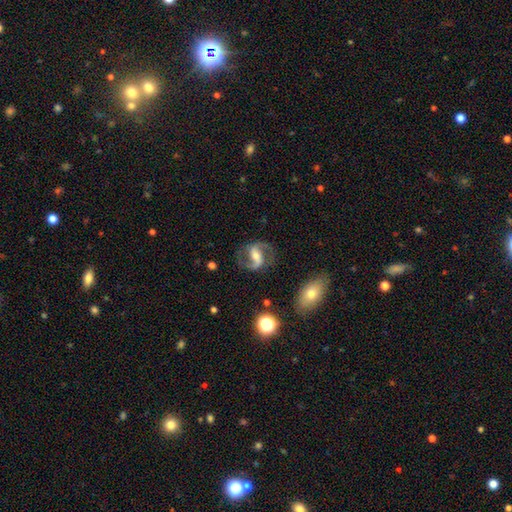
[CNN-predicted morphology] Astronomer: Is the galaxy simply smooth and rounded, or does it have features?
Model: featured or disk — 86%.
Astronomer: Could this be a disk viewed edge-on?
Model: no — 97%.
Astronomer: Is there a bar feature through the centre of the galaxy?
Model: strong — 45% (runner-up: weak, 37%).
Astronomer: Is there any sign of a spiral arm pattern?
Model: yes — 96%.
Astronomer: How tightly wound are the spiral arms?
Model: medium — 48% (runner-up: loose, 41%).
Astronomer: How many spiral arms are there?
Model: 2 — 92%.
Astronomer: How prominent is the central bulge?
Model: moderate — 53% (runner-up: small, 36%).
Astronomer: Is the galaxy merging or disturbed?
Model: none — 79%.